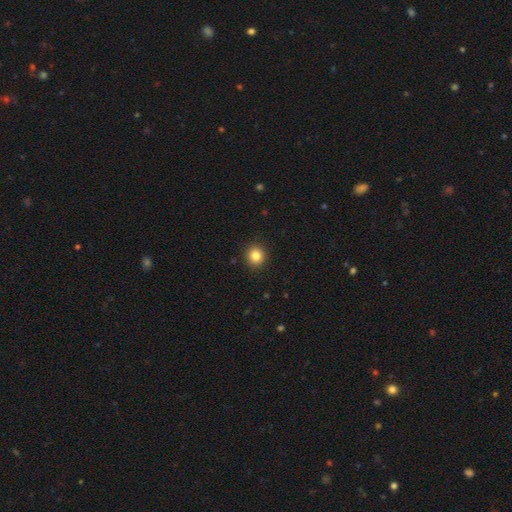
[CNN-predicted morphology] This appears to be a smooth galaxy with no disk features (83%) that is round (91%). Merging: none (93%).